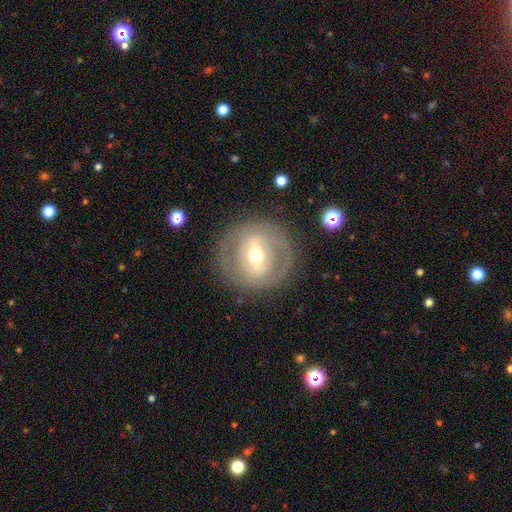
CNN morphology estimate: Q: Smooth or featured?
A: featured or disk (66%); runner-up: smooth (26%)
Q: Edge-on disk?
A: no (92%); runner-up: yes (8%)
Q: Bar?
A: strong (49%); runner-up: weak (34%)
Q: Spiral arms?
A: no (68%); runner-up: yes (32%)
Q: Bulge size?
A: moderate (60%); runner-up: small (32%)
Q: Merging?
A: none (81%); runner-up: minor disturbance (11%)